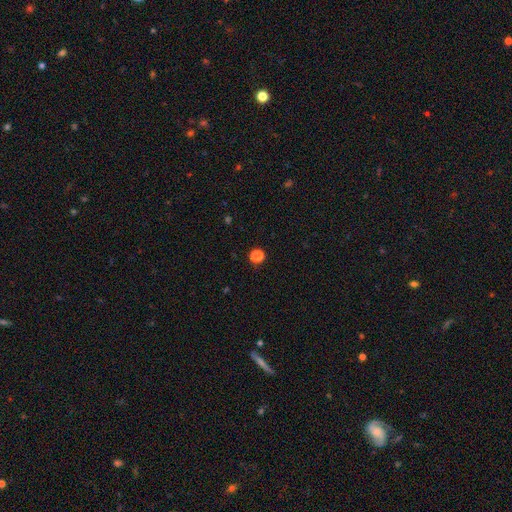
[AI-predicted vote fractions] A smooth galaxy with no disk features (75%) that is round (76%). Merging: none (86%).